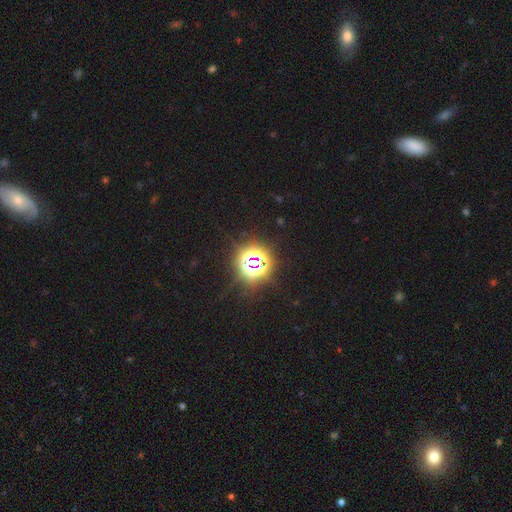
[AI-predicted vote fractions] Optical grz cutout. It shows a star or artifact, not a galaxy (79%).